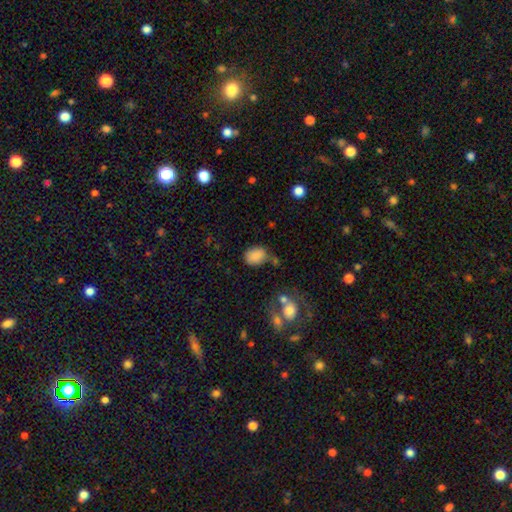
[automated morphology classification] Smooth or featured?
  - smooth: 86% *
  - star or artifact: 9%
  - featured or disk: 6%
How rounded?
  - in between: 68% *
  - round: 31%
  - cigar-shaped: 1%
Merging?
  - none: 65% *
  - minor disturbance: 21%
  - merger: 8%
  - major disturbance: 6%